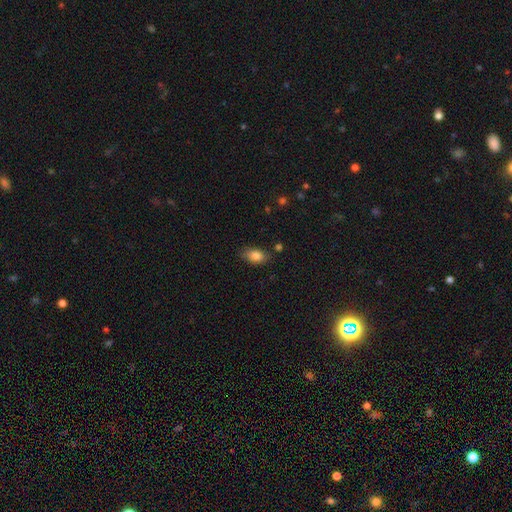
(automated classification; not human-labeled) Smooth or featured? Predicted: smooth (p=0.85). How rounded? Predicted: in between (p=0.88). Merging? Predicted: none (p=0.76).